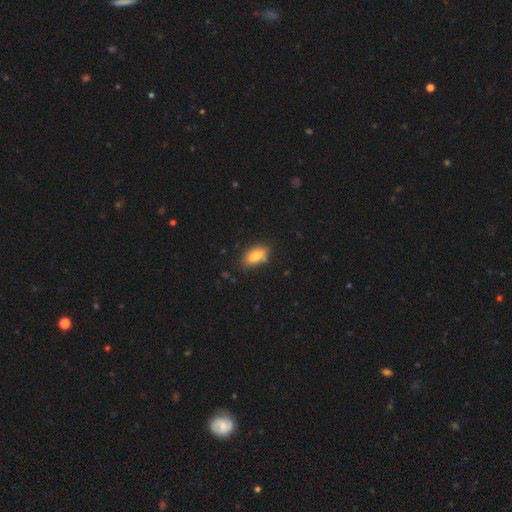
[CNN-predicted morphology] Smooth or featured? Predicted: smooth (p=0.79). How rounded? Predicted: in between (p=0.89). Merging? Predicted: none (p=0.75).